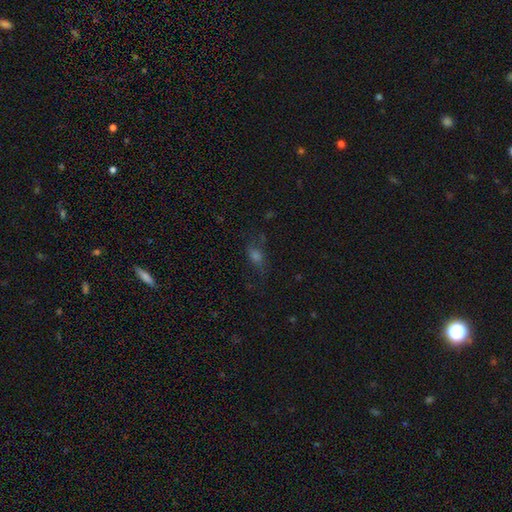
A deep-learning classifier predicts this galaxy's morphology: Smooth or featured? smooth (47%)
Merging? none (63%)